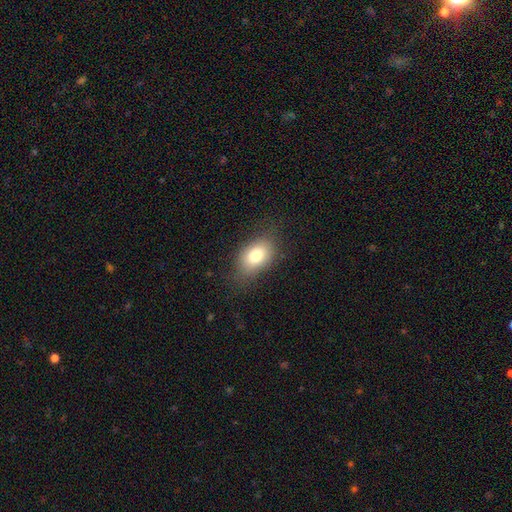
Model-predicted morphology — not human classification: smooth 77%, featured or disk 13%, star or artifact 10%. Down the decision tree: how rounded — in between (83%); merging — none (75%).